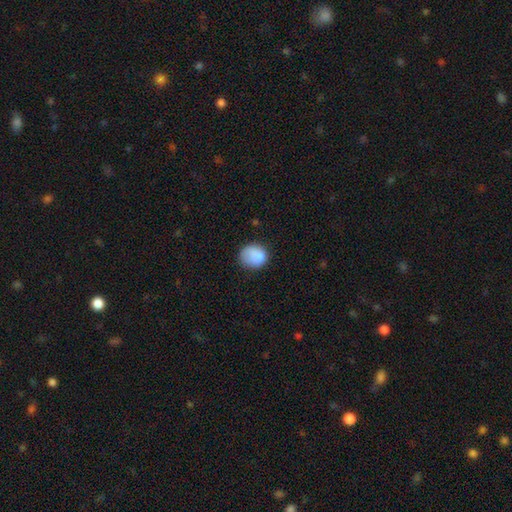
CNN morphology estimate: smooth_or_featured: smooth (p=0.85) [alt: star or artifact p=0.08]
how_rounded: round (p=0.74) [alt: in between p=0.25]
merging: none (p=0.67) [alt: minor disturbance p=0.23]